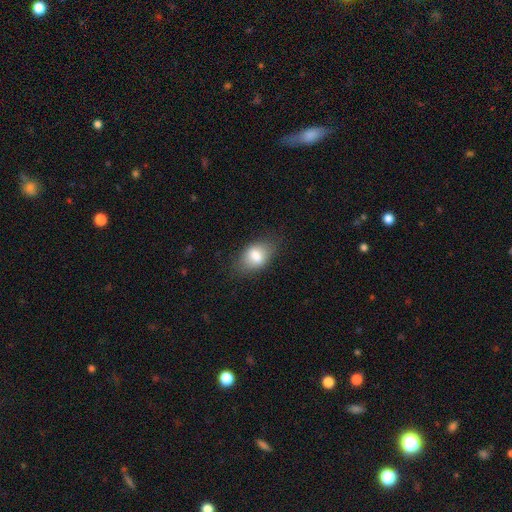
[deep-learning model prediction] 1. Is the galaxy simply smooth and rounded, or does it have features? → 77% smooth, 14% featured or disk, 8% star or artifact.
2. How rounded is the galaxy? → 83% in between, 15% round, 2% cigar-shaped.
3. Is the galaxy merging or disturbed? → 74% none, 19% minor disturbance, 6% major disturbance, 1% merger.